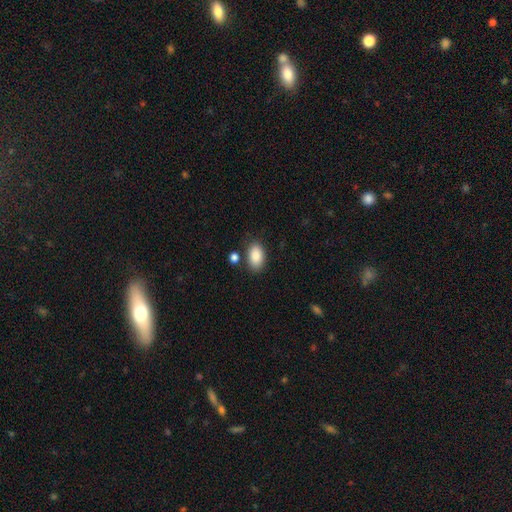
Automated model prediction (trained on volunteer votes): Smooth or featured: smooth — 88% (star or artifact — 7%)
How rounded: in between — 92% (round — 7%)
Merging: none — 79% (minor disturbance — 11%)